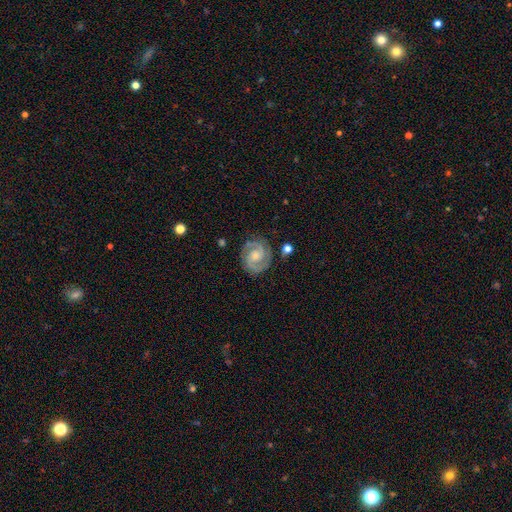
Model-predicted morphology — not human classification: This appears to be a featured or disk galaxy (88%) with no bar (59%), 2 (89%) tight (56%) spiral arms (98%) and a small central bulge (44%). Merging: none (82%).